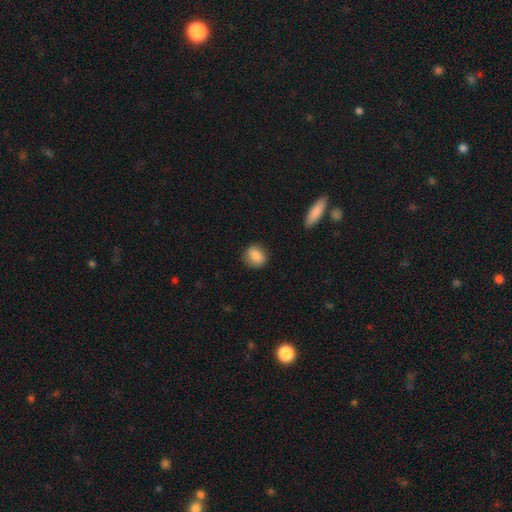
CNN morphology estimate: Smooth or featured: smooth — 86% (star or artifact — 8%)
How rounded: round — 61% (in between — 37%)
Merging: none — 84% (minor disturbance — 12%)